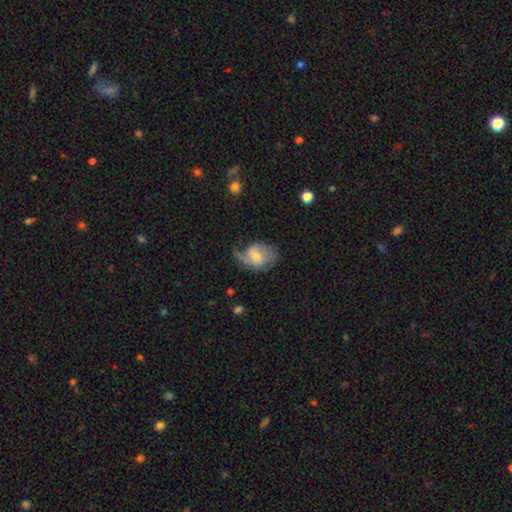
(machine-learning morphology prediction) This is likely a featured or disk galaxy (71%). It is clearly not viewed edge-on (97%). Bar: possibly weak (53%). Spiral arm pattern: clearly yes (91%). Spiral arm count: possibly 2 (52%). Spiral winding: marginally medium (44%). Central bulge: marginally small (44%). Merging: marginally none (45%).